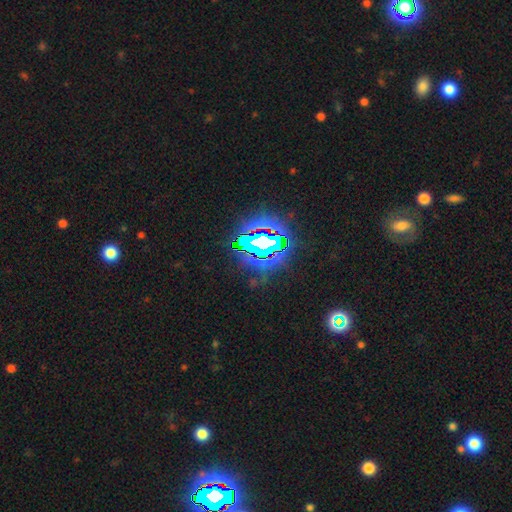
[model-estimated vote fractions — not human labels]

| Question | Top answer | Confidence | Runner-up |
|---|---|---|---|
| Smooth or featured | star or artifact | 84% | smooth (9%) |